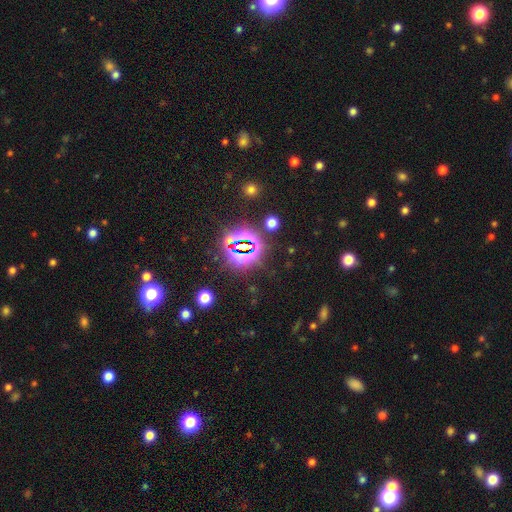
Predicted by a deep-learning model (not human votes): Morphology: type=star or artifact (83%).